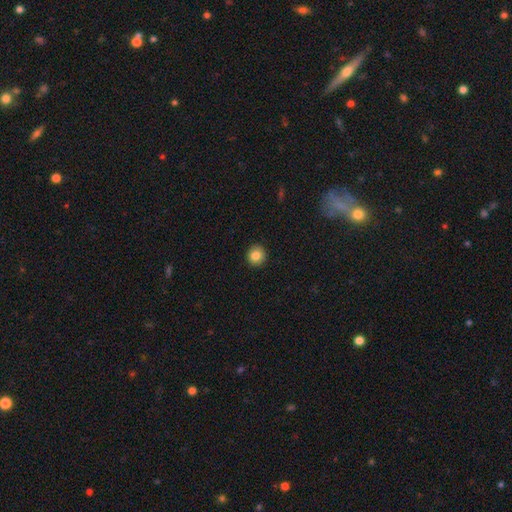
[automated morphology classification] smooth 84%, star or artifact 10%, featured or disk 6%. Down the decision tree: how rounded — round (92%); merging — none (92%).